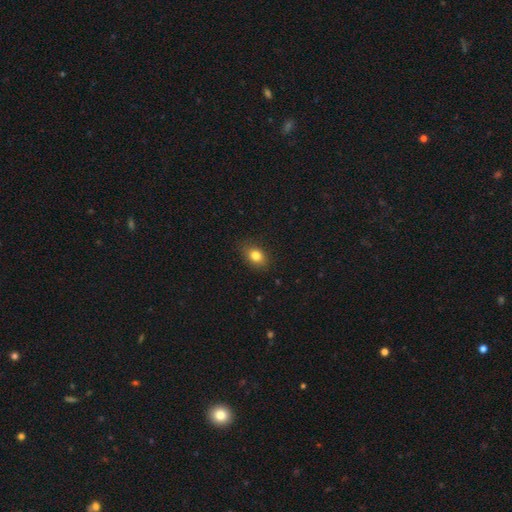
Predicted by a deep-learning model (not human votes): smooth_or_featured: smooth (p=0.82) [alt: star or artifact p=0.10]
how_rounded: in between (p=0.73) [alt: round p=0.26]
merging: none (p=0.84) [alt: minor disturbance p=0.13]